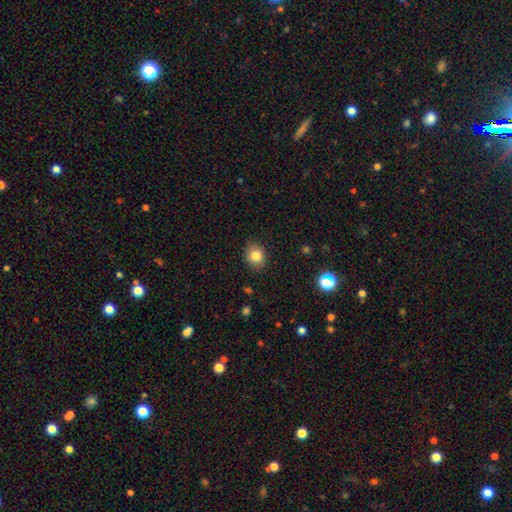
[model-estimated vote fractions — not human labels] A smooth galaxy with no disk features (82%) that is round (57%). Merging: none (85%).